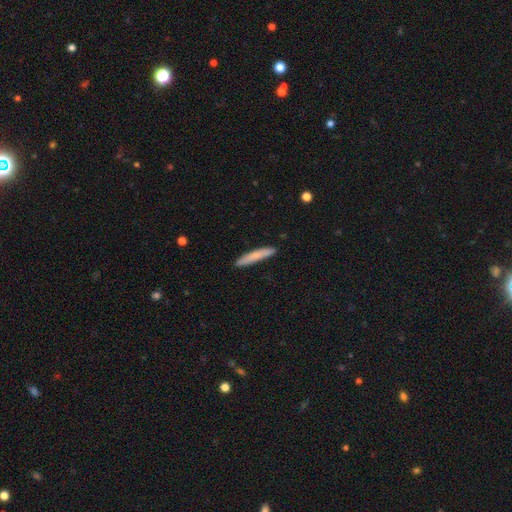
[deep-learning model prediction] smooth-or-featured: smooth: 76% | featured or disk: 18% | star or artifact: 6%
  how-rounded: cigar-shaped: 94% | in between: 5% | round: 1%
  merging: none: 88% | minor disturbance: 9% | major disturbance: 1% | merger: 1%